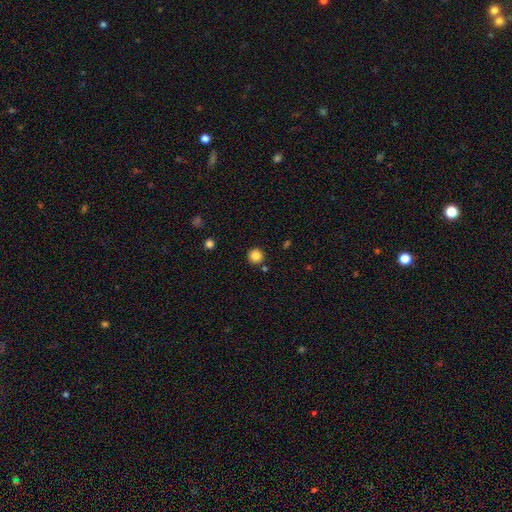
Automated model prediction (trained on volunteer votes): Overall: smooth (85%). How rounded: round (96%). Merging: none (89%).